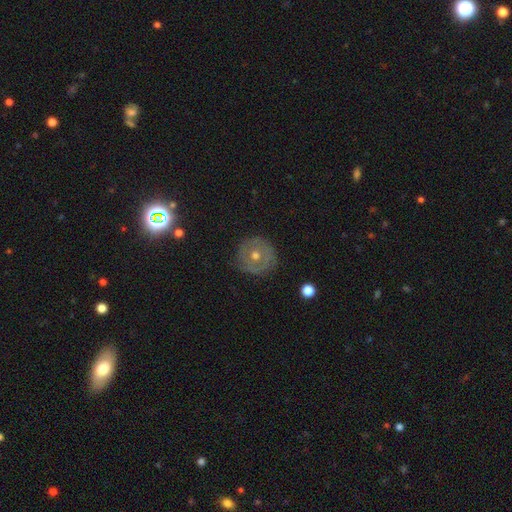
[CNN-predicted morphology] featured or disk 57%, smooth 31%, star or artifact 13%. Down the decision tree: edge-on disk — no (95%); bar — no (85%); spiral arms — no (53%); bulge size — moderate (62%); merging — none (84%).